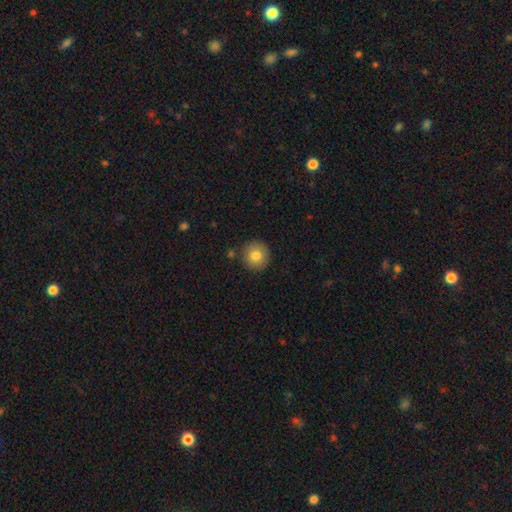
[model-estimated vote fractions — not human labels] This is clearly a smooth galaxy (81%). How rounded: clearly round (93%). Merging: clearly none (85%).